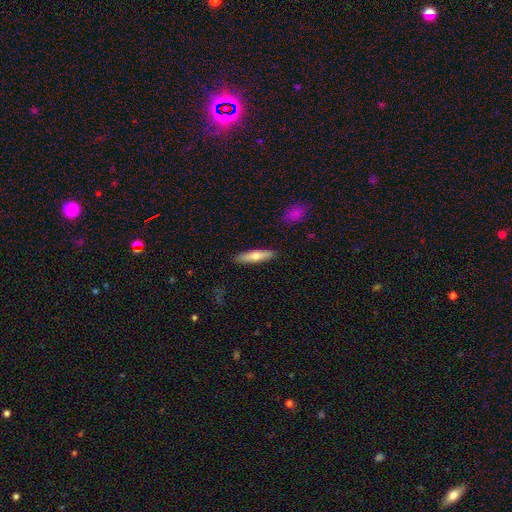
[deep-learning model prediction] Smooth or featured? smooth (63%)
How rounded? cigar-shaped (76%)
Merging? none (90%)